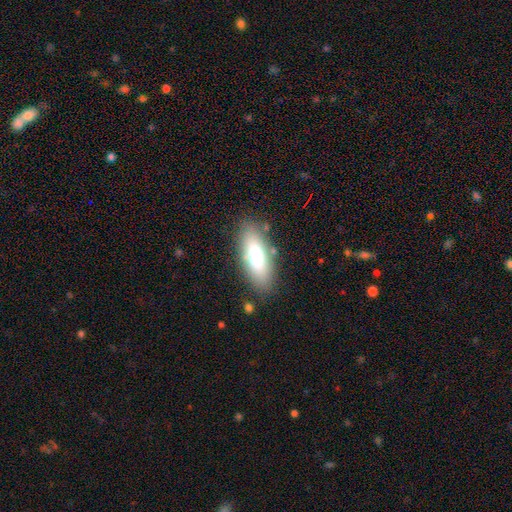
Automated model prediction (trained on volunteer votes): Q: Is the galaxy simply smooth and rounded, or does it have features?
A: smooth — 71%.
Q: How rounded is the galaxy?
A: in between — 77%.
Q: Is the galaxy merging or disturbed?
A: none — 82%.